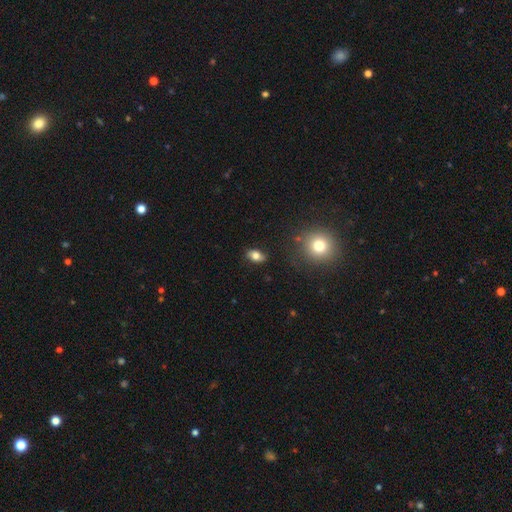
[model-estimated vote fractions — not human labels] Smooth or featured?
  - smooth: 75% *
  - featured or disk: 16%
  - star or artifact: 9%
How rounded?
  - in between: 85% *
  - round: 11%
  - cigar-shaped: 4%
Merging?
  - none: 84% *
  - minor disturbance: 12%
  - major disturbance: 3%
  - merger: 2%